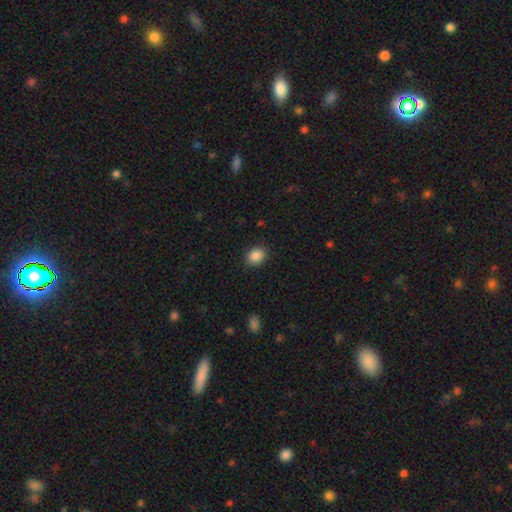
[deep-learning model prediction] Morphology: type=smooth (88%); roundness=in between (58%); merging=none (88%).